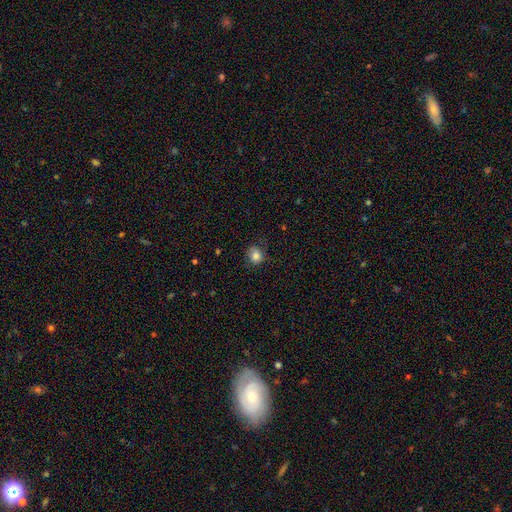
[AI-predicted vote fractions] A smooth galaxy with no disk features (80%) that is round (68%). Merging: none (64%).